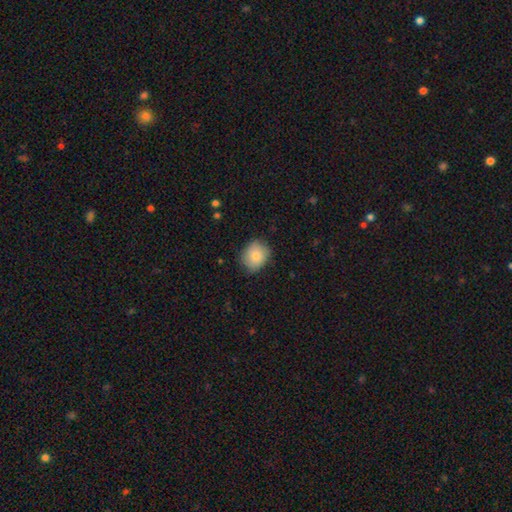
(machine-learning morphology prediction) smooth_or_featured: smooth (p=0.81) [alt: featured or disk p=0.12]
how_rounded: round (p=0.68) [alt: in between p=0.31]
merging: none (p=0.78) [alt: minor disturbance p=0.17]